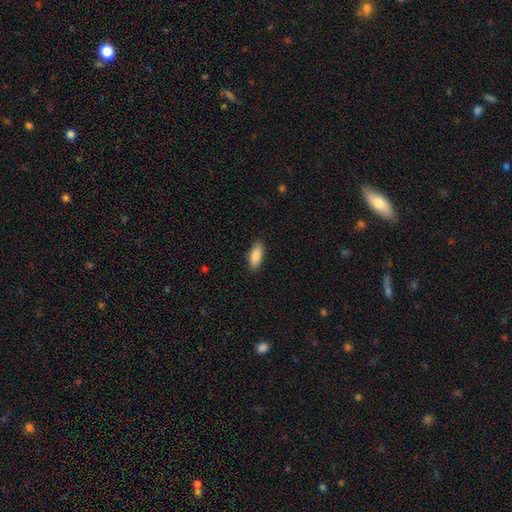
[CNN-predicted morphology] The model was most divided on "how rounded": in between: 82%, cigar-shaped: 16%, round: 2%. More confident: merging — none (88%); smooth or featured — smooth (87%).